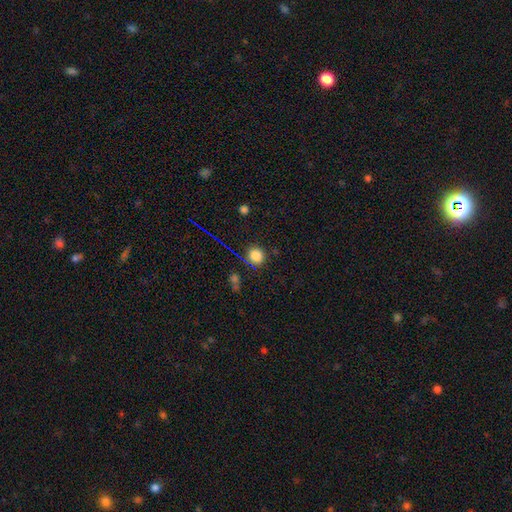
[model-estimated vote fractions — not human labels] Morphology: type=smooth (79%); roundness=round (88%); merging=none (83%).